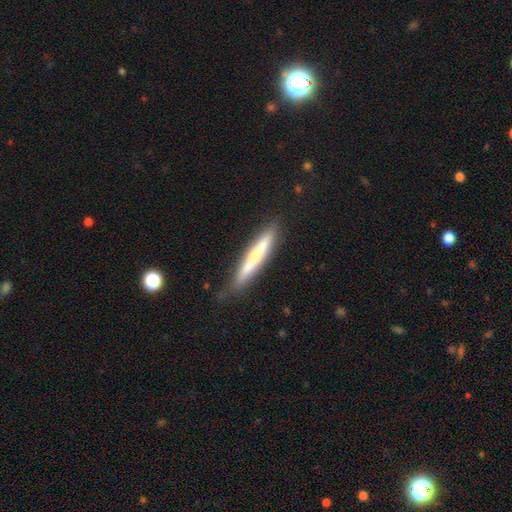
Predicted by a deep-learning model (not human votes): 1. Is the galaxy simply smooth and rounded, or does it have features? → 60% smooth, 34% featured or disk, 7% star or artifact.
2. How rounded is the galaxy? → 95% cigar-shaped, 4% in between, 1% round.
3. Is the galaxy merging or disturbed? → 79% none, 16% minor disturbance, 3% major disturbance, 2% merger.